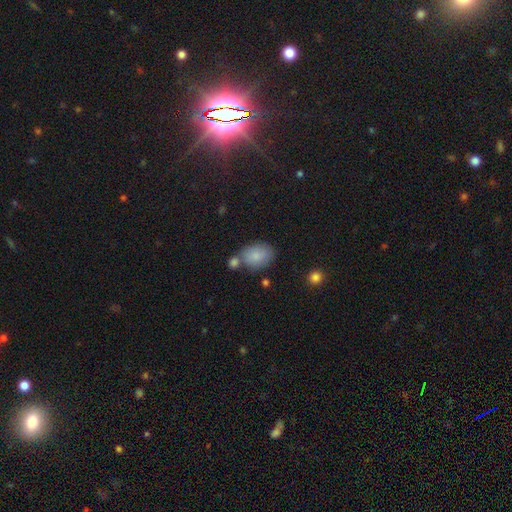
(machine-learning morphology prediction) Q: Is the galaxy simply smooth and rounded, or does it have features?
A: smooth — 85%.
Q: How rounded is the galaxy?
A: in between — 78%.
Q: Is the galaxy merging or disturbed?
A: none — 59%.